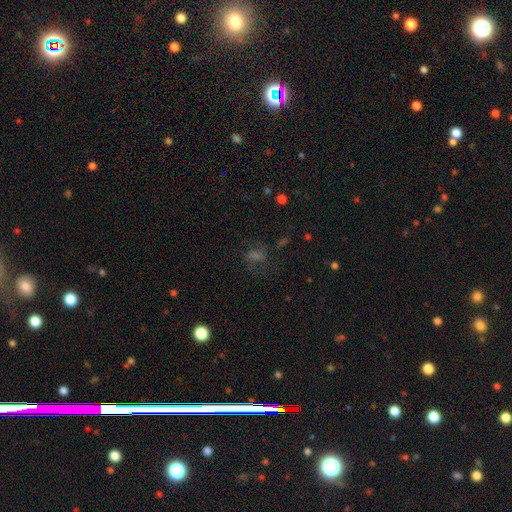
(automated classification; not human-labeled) Overall: star or artifact (37%, tied with smooth).